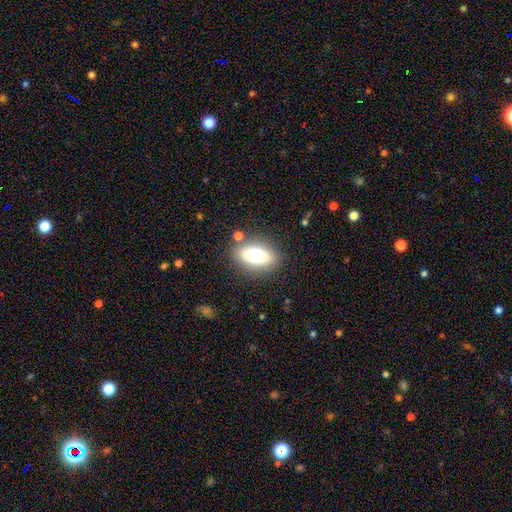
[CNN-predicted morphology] Smooth or featured: smooth — 67% (featured or disk — 22%)
How rounded: in between — 80% (cigar-shaped — 11%)
Merging: none — 80% (minor disturbance — 11%)